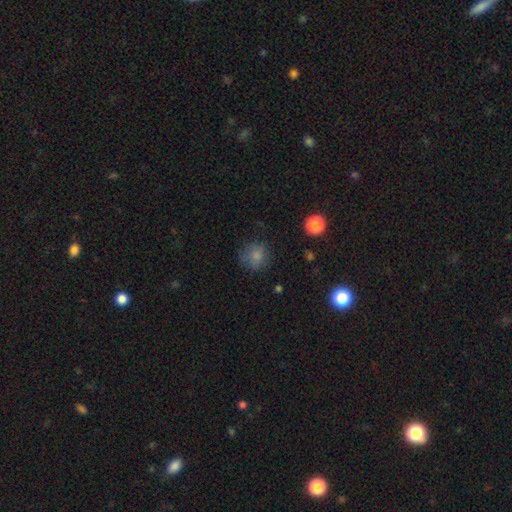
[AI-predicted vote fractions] A smooth galaxy with no disk features (81%) that is round (87%).

Vote fractions:
- Smooth or featured? smooth: 81% / star or artifact: 12% / featured or disk: 8%
- How rounded? round: 87% / in between: 12% / cigar-shaped: 1%
- Merging? none: 75% / minor disturbance: 18% / major disturbance: 6% / merger: 1%